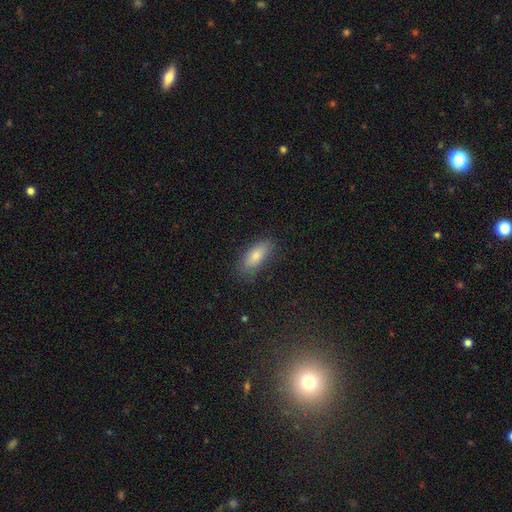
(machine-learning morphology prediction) Smooth or featured?
  - smooth: 77% *
  - featured or disk: 13%
  - star or artifact: 10%
How rounded?
  - in between: 72% *
  - cigar-shaped: 25%
  - round: 3%
Merging?
  - none: 84% *
  - minor disturbance: 12%
  - major disturbance: 3%
  - merger: 1%